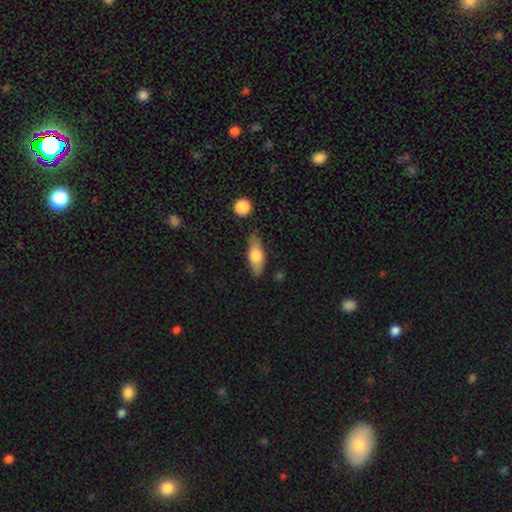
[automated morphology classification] Smooth or featured?
  - smooth: 65% *
  - featured or disk: 29%
  - star or artifact: 6%
How rounded?
  - in between: 65% *
  - cigar-shaped: 31%
  - round: 4%
Merging?
  - none: 75% *
  - minor disturbance: 17%
  - major disturbance: 4%
  - merger: 4%